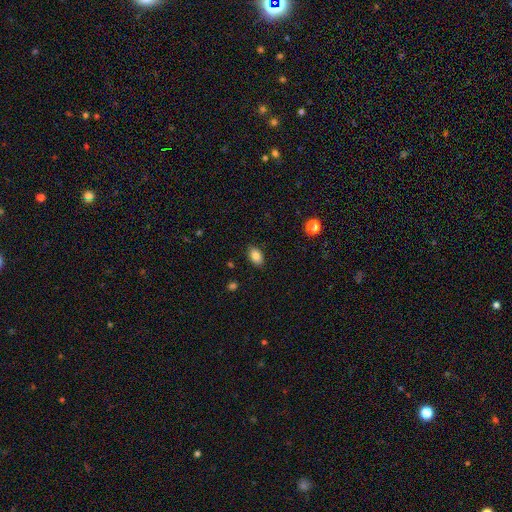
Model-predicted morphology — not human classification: A smooth galaxy with no disk features (84%) that is in between round and cigar-shaped (90%). Merging: none (88%).